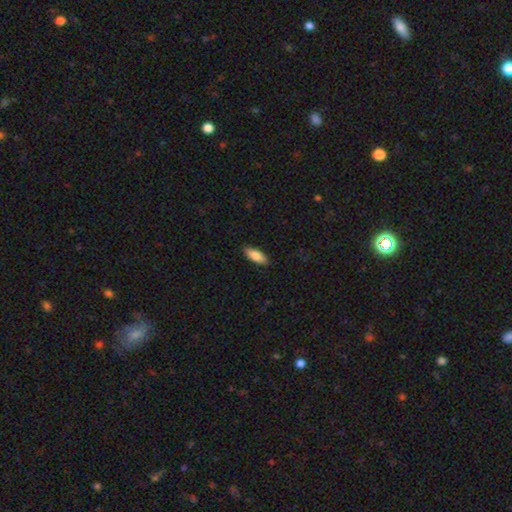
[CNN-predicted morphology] Smooth or featured? Predicted: smooth (p=0.82). How rounded? Predicted: in between (p=0.71). Merging? Predicted: none (p=0.89).